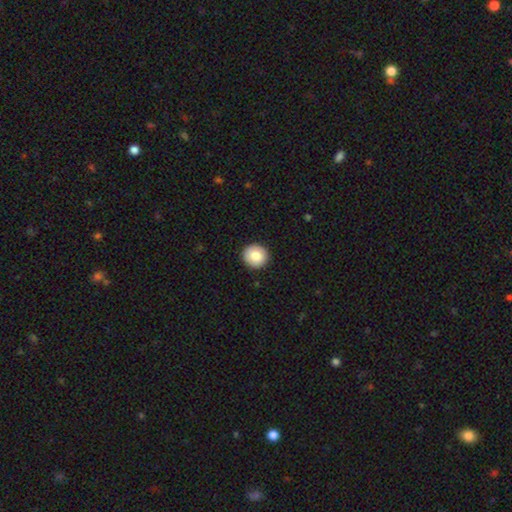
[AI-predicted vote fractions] The model was most divided on "smooth or featured": smooth: 81%, featured or disk: 11%, star or artifact: 7%. More confident: how rounded — round (94%); merging — none (93%).